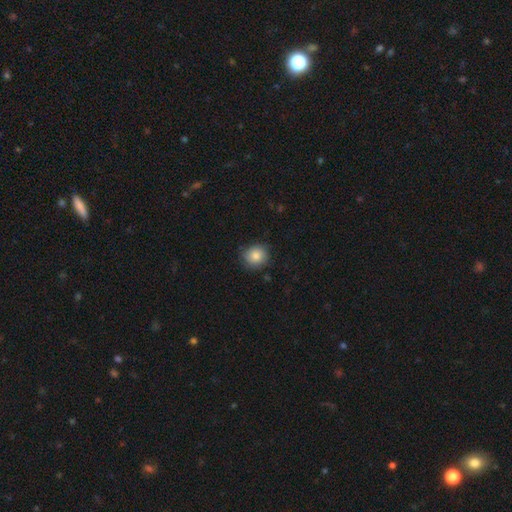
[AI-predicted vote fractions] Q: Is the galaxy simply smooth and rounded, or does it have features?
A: smooth — 84%.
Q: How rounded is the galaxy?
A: round — 87%.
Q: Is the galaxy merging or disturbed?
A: none — 83%.